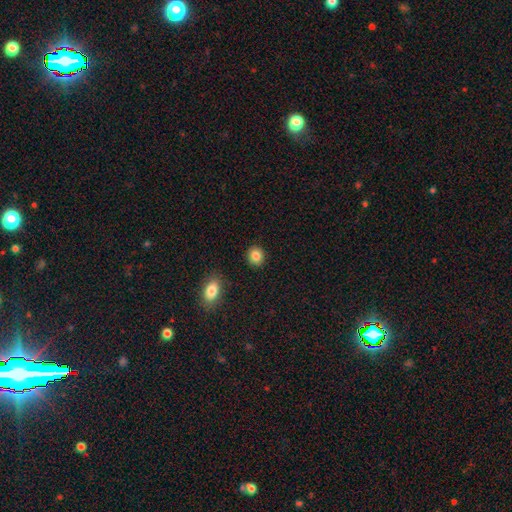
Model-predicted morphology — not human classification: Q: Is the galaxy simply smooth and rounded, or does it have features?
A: smooth — 86%.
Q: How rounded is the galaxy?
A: round — 77%.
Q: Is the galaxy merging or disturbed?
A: none — 90%.